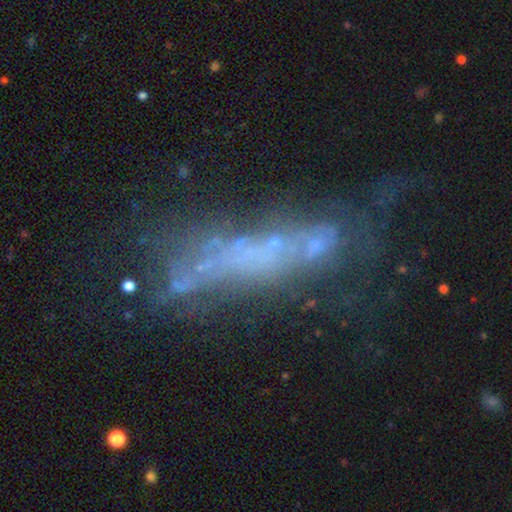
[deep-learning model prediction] smooth_or_featured: featured or disk (p=0.52) [alt: smooth p=0.26]
disk_edge_on: no (p=0.64) [alt: yes p=0.36]
merging: none (p=0.44) [alt: major disturbance p=0.23]